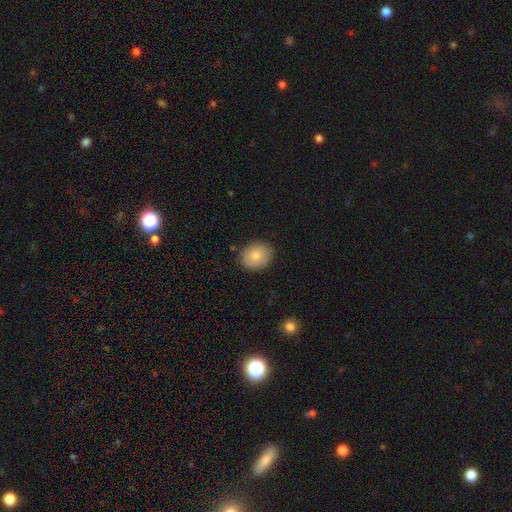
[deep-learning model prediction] Q: Smooth or featured?
A: smooth (81%); runner-up: featured or disk (11%)
Q: How rounded?
A: round (54%); runner-up: in between (45%)
Q: Merging?
A: none (86%); runner-up: minor disturbance (10%)